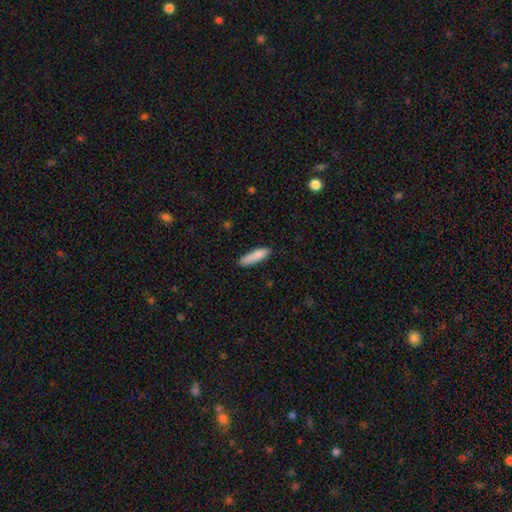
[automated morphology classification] Q: Smooth or featured?
A: smooth (85%); runner-up: featured or disk (9%)
Q: How rounded?
A: cigar-shaped (77%); runner-up: in between (22%)
Q: Merging?
A: none (81%); runner-up: minor disturbance (15%)